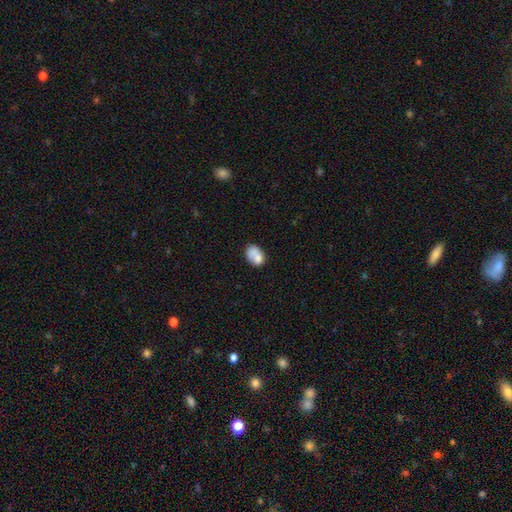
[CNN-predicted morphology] The model was most divided on "merging": none: 40%, merger: 29%, minor disturbance: 21%, major disturbance: 10%. More confident: how rounded — in between (75%); smooth or featured — smooth (73%).